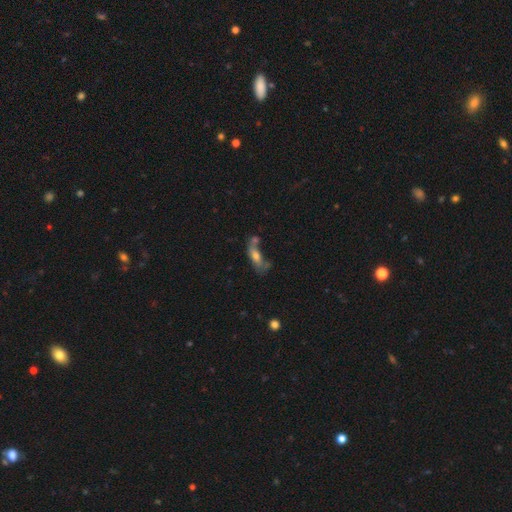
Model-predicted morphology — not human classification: Smooth or featured: smooth — 57% (featured or disk — 32%)
How rounded: in between — 62% (cigar-shaped — 33%)
Merging: merger — 36% (none — 30%)